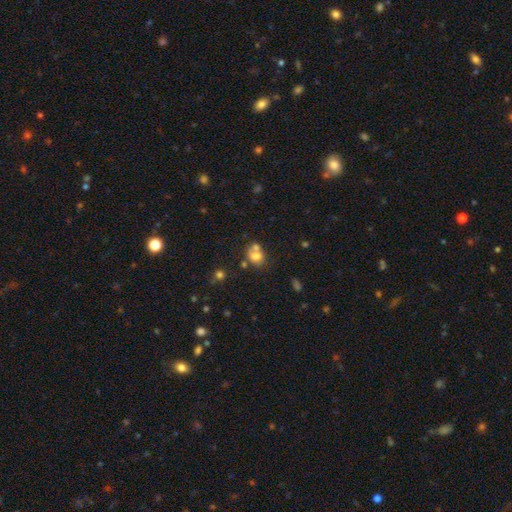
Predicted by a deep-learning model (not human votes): Overall: smooth (68%). How rounded: round (55%; in between 44%). Merging: merger (49%; none 33%).